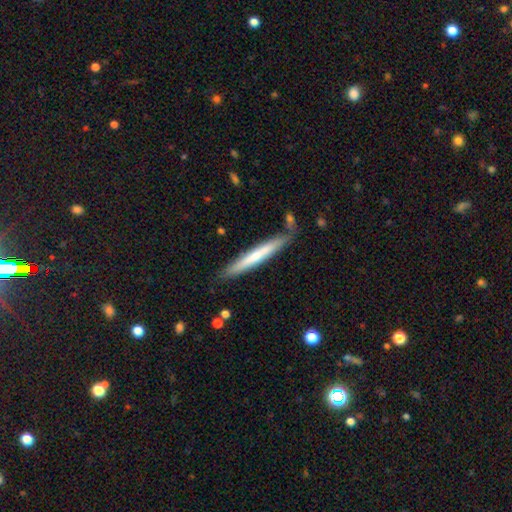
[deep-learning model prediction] Smooth or featured? Predicted: featured or disk (p=0.51). Edge-on disk? Predicted: yes (p=0.93). Merging? Predicted: none (p=0.81).